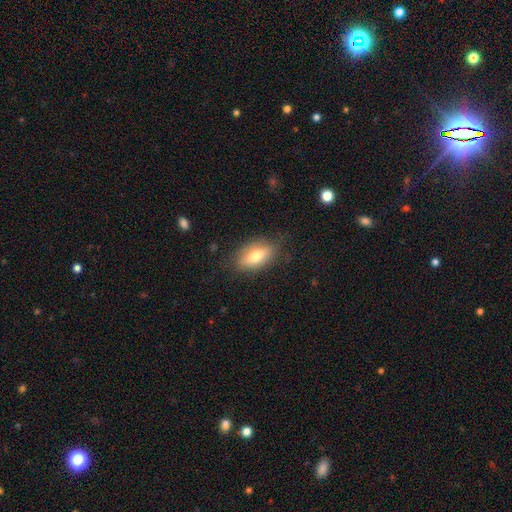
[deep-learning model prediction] Smooth or featured?
  - smooth: 66% *
  - featured or disk: 26%
  - star or artifact: 8%
How rounded?
  - in between: 85% *
  - cigar-shaped: 8%
  - round: 6%
Merging?
  - none: 76% *
  - minor disturbance: 18%
  - major disturbance: 5%
  - merger: 1%